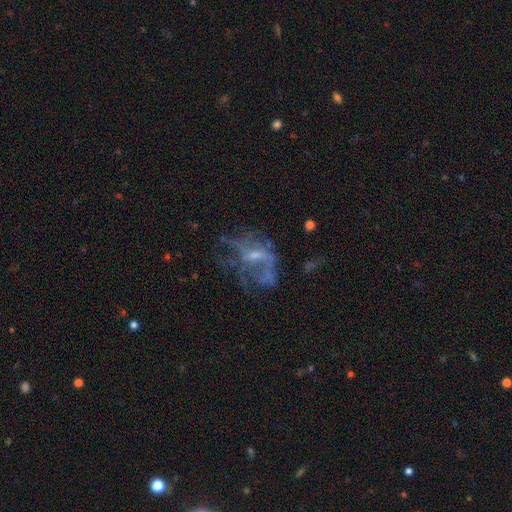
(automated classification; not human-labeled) A featured or disk galaxy (66%) with no bar (60%), no spiral arms (68%) and a small central bulge (48%). Merging: major disturbance (42%).